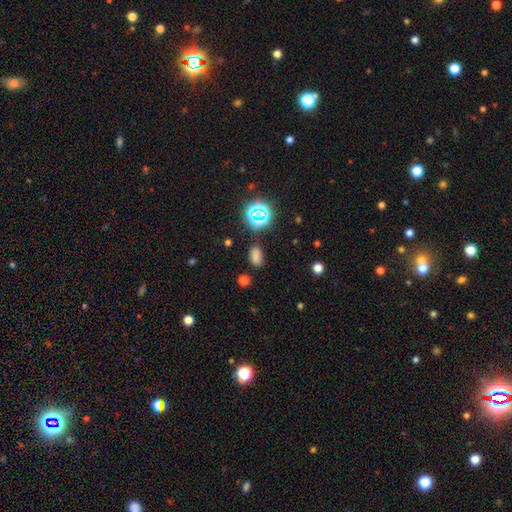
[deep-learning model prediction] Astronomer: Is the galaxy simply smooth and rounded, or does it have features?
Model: smooth — 73%.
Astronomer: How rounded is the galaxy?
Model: in between — 86%.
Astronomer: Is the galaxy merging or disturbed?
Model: none — 81%.